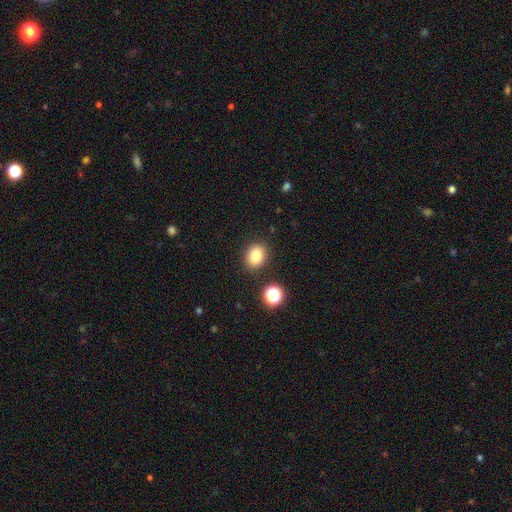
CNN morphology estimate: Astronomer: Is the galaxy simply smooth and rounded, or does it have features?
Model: smooth — 82%.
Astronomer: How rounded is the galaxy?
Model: in between — 58% (runner-up: round, 41%).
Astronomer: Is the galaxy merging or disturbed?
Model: none — 85%.